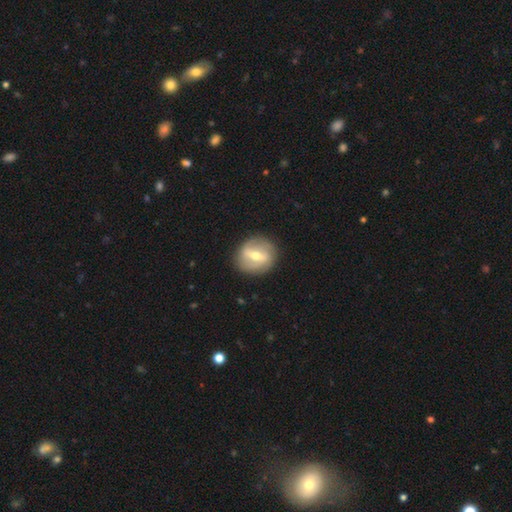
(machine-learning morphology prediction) smooth_or_featured: featured or disk (p=0.68) [alt: smooth p=0.26]
disk_edge_on: no (p=0.93) [alt: yes p=0.07]
bar: strong (p=0.51) [alt: weak p=0.37]
has_spiral_arms: yes (p=0.61) [alt: no p=0.39]
bulge_size: moderate (p=0.70) [alt: small p=0.23]
merging: none (p=0.84) [alt: minor disturbance p=0.11]